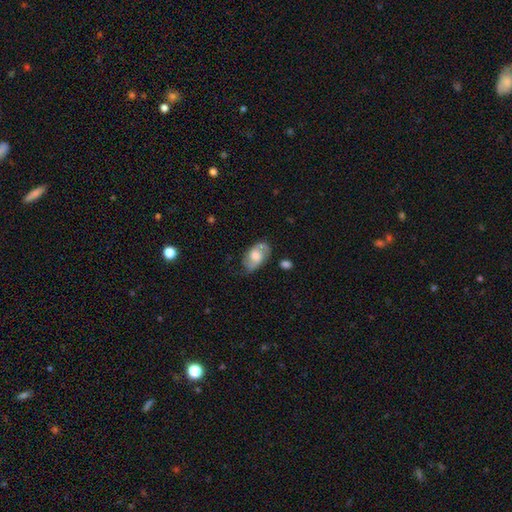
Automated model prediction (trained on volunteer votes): This is likely a featured or disk galaxy (63%). It is clearly not viewed edge-on (95%). Bar: possibly no (58%). Spiral arm pattern: clearly yes (87%). Spiral arm count: clearly 2 (84%). Spiral winding: possibly medium (47%). Central bulge: marginally moderate (37%, tied with large). Merging: likely none (61%).